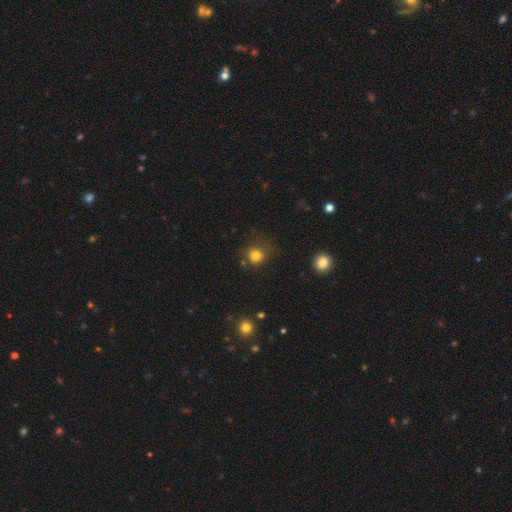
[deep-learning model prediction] A smooth galaxy with no disk features (80%) that is round (89%).

Vote fractions:
- Smooth or featured? smooth: 80% / star or artifact: 14% / featured or disk: 6%
- How rounded? round: 89% / in between: 10% / cigar-shaped: 1%
- Merging? none: 73% / minor disturbance: 16% / major disturbance: 7% / merger: 3%